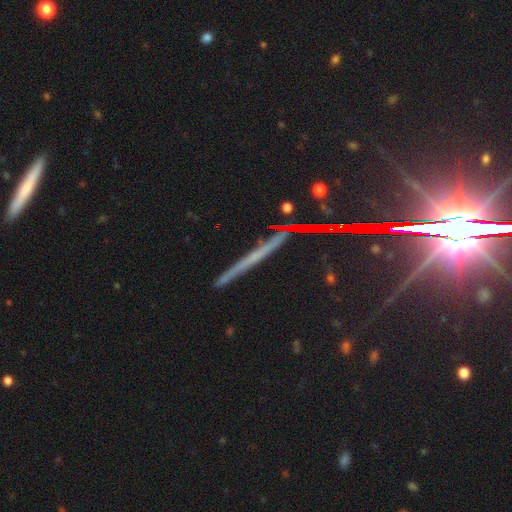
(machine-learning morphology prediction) Smooth or featured? Predicted: featured or disk (p=0.47). Merging? Predicted: none (p=0.85).